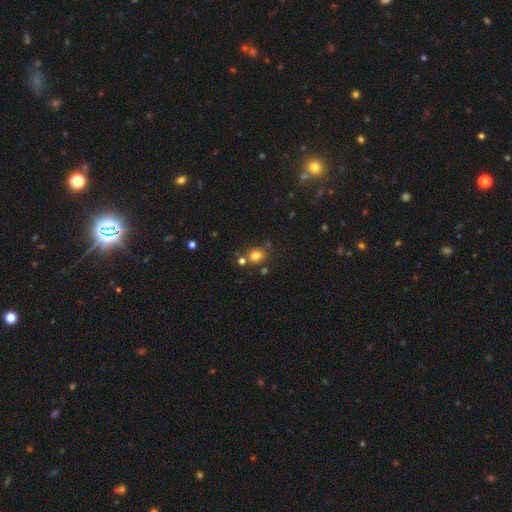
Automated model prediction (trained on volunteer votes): Overall: smooth (77%). How rounded: round (74%). Merging: none (73%).